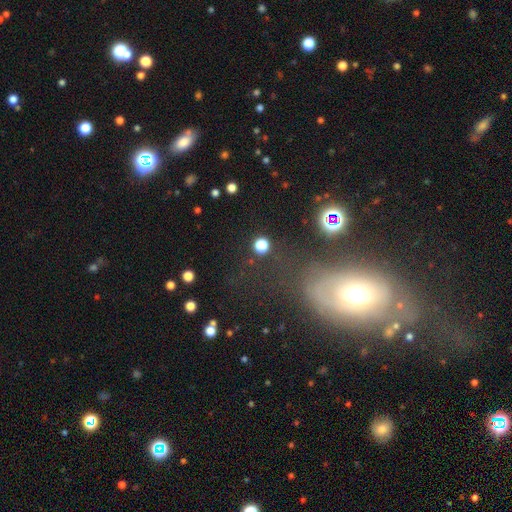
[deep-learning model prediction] Q: Smooth or featured?
A: featured or disk (40%); runner-up: smooth (33%)
Q: Merging?
A: none (60%); runner-up: minor disturbance (18%)